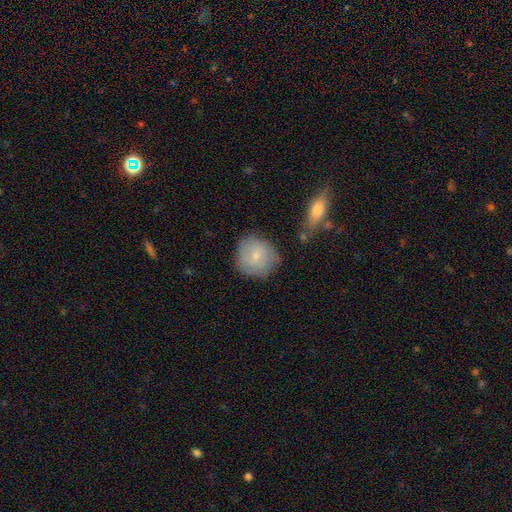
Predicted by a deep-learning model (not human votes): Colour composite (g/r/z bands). It shows a smooth galaxy with no disk features (71%) that is round (89%). Merging: none (75%).